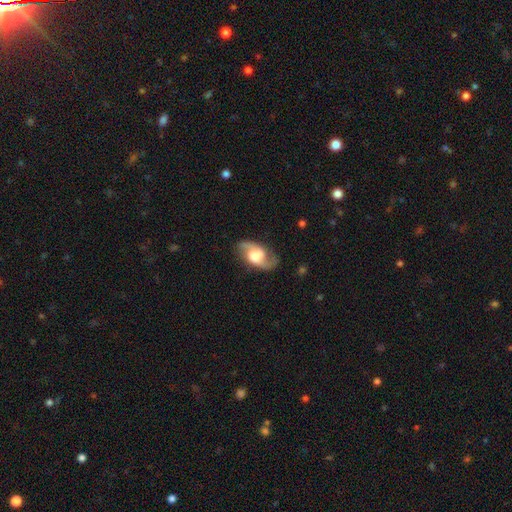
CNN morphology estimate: smooth_or_featured: featured or disk (p=0.79) [alt: smooth p=0.15]
disk_edge_on: no (p=0.95) [alt: yes p=0.05]
bar: no (p=0.43) [tied with: weak p=0.43]
has_spiral_arms: yes (p=0.93) [alt: no p=0.07]
spiral_winding: loose (p=0.44) [tied with: medium p=0.44]
spiral_arm_count: 2 (p=0.92) [alt: can't tell p=0.03]
bulge_size: large (p=0.48) [alt: moderate p=0.28]
merging: none (p=0.78) [alt: minor disturbance p=0.14]